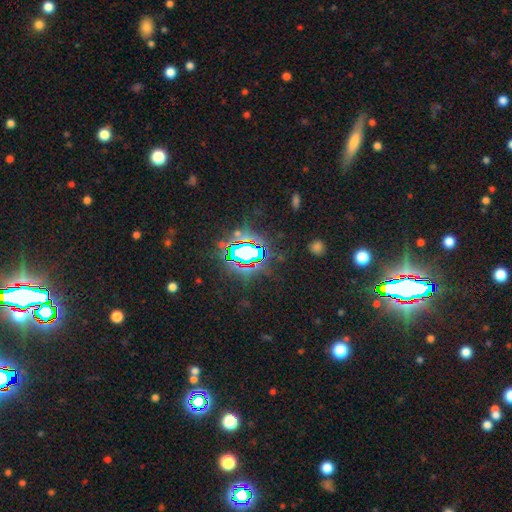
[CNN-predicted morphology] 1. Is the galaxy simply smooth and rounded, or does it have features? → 81% star or artifact, 11% smooth, 8% featured or disk.